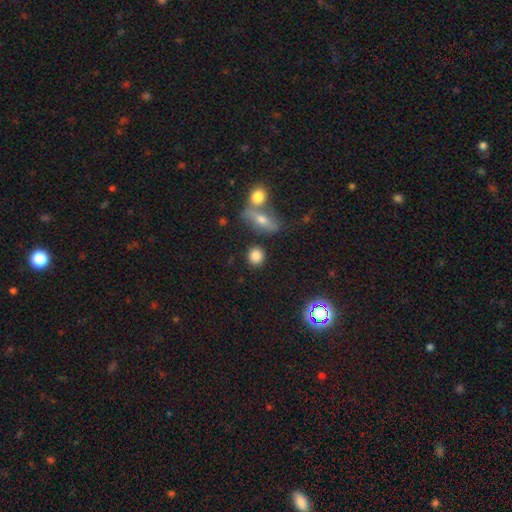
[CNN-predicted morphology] smooth-or-featured: smooth: 82% | star or artifact: 11% | featured or disk: 8%
  how-rounded: round: 77% | in between: 20% | cigar-shaped: 3%
  merging: none: 76% | merger: 12% | minor disturbance: 9% | major disturbance: 4%